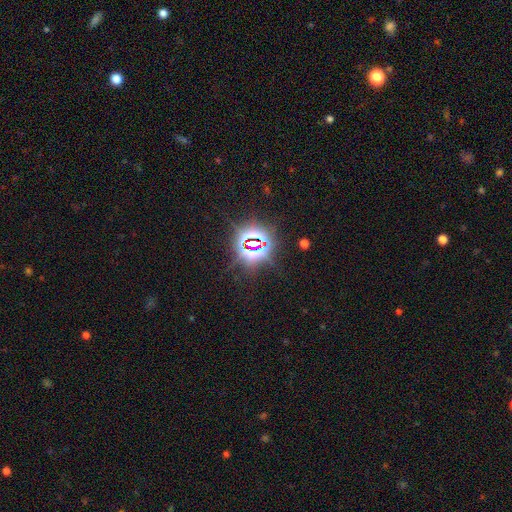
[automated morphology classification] A star or artifact, not a galaxy (84%).